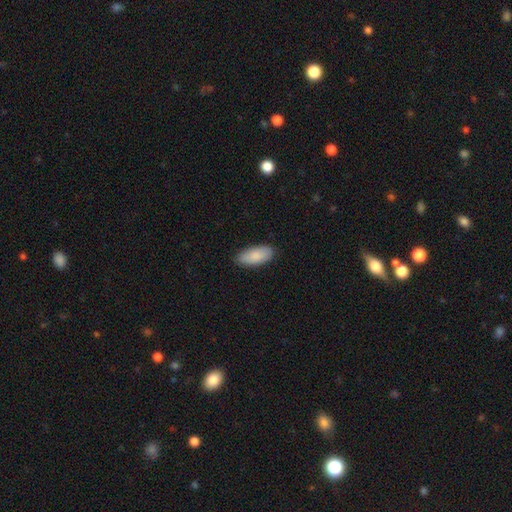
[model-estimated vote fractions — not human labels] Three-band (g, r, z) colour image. It shows a smooth galaxy with no disk features (86%) that is in between round and cigar-shaped (90%). Merging: none (86%).